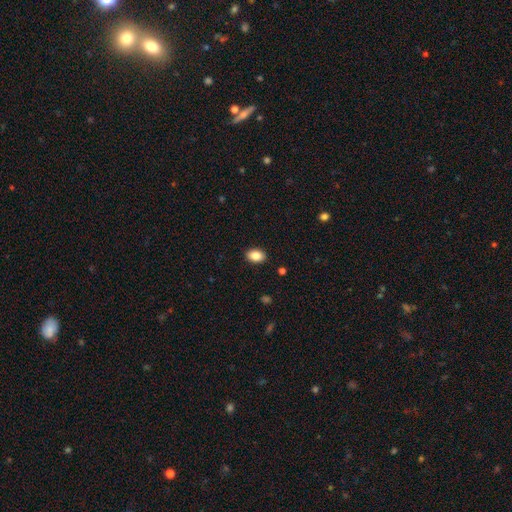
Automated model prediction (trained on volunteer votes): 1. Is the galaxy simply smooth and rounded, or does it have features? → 86% smooth, 8% star or artifact, 6% featured or disk.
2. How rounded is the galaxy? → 83% in between, 16% round, 1% cigar-shaped.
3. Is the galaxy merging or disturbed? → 90% none, 7% minor disturbance, 2% major disturbance, 1% merger.